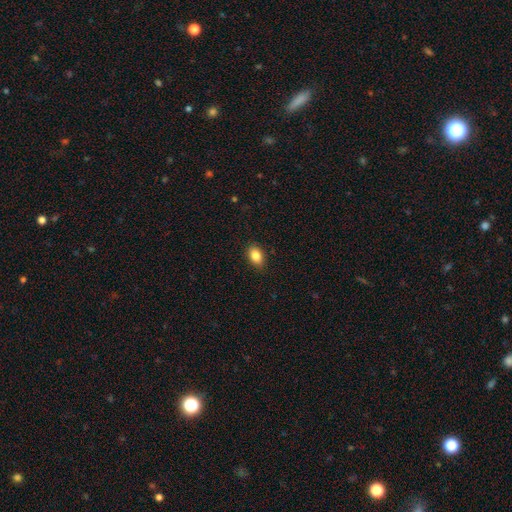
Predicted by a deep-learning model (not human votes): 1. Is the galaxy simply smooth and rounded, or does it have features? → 86% smooth, 8% star or artifact, 6% featured or disk.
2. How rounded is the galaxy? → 83% in between, 16% round, 1% cigar-shaped.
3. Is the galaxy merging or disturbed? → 87% none, 10% minor disturbance, 2% major disturbance, 1% merger.